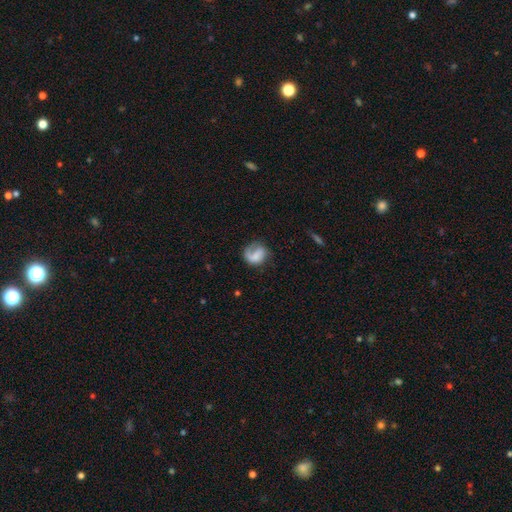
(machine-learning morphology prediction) type=featured or disk (46%, tied with smooth); merging=none (49%).